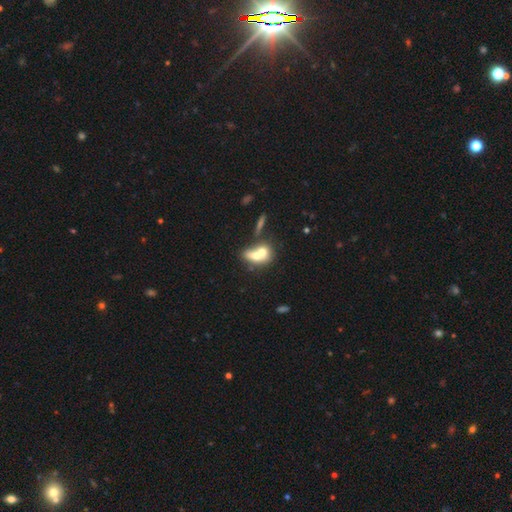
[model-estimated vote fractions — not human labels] Smooth or featured? smooth (64%)
How rounded? in between (59%)
Merging? merger (67%)